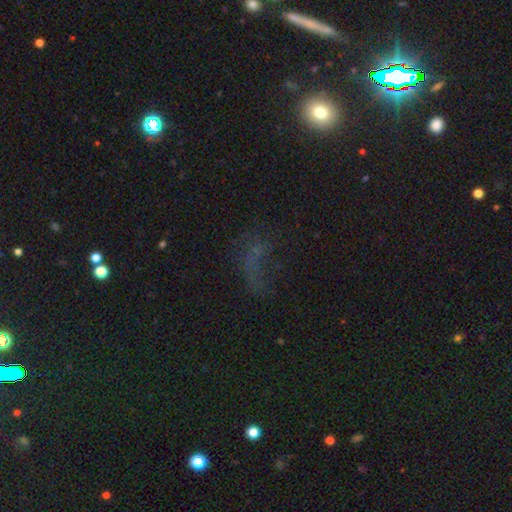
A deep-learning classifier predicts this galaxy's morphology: Smooth or featured: star or artifact — 40% (smooth — 34%)